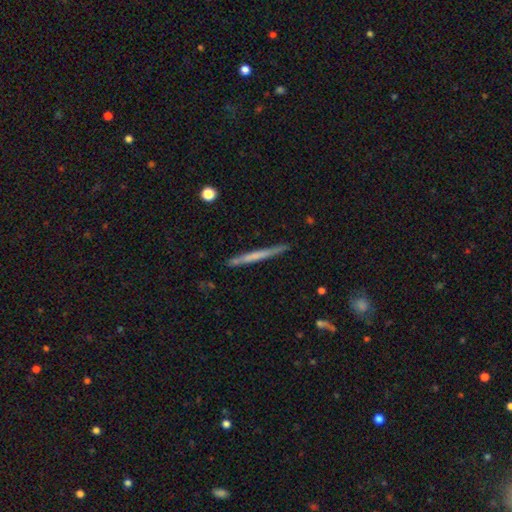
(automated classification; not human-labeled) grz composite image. It shows a smooth galaxy with no disk features (52%) that is cigar-shaped (97%). Merging: none (86%).